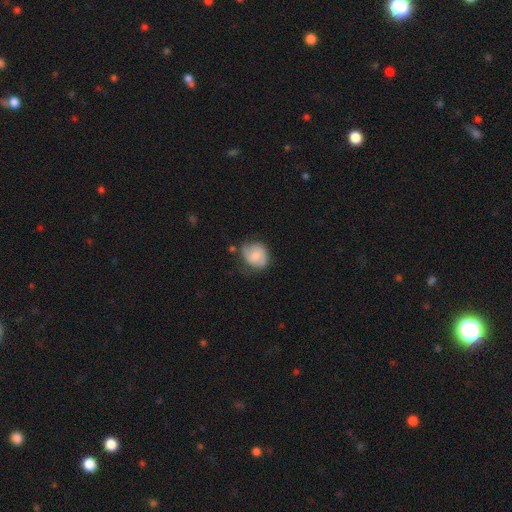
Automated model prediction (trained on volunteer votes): The model was most divided on "smooth or featured": smooth: 47%, featured or disk: 46%, star or artifact: 7%. More confident: merging — none (52%).